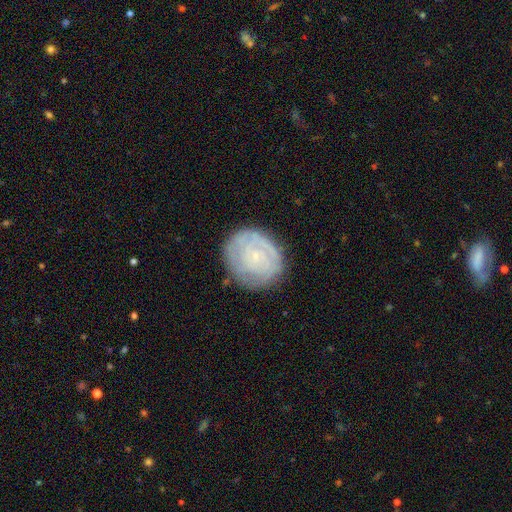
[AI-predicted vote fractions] Smooth or featured? featured or disk (59%)
Edge-on disk? no (97%)
Bar? no (81%)
Spiral arms? yes (80%)
Bulge size? small (81%)
Merging? none (77%)